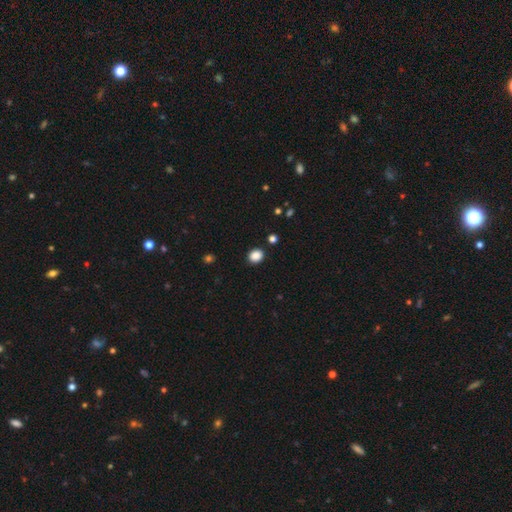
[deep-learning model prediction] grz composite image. It shows a smooth galaxy with no disk features (87%) that is round (62%). Merging: none (89%).